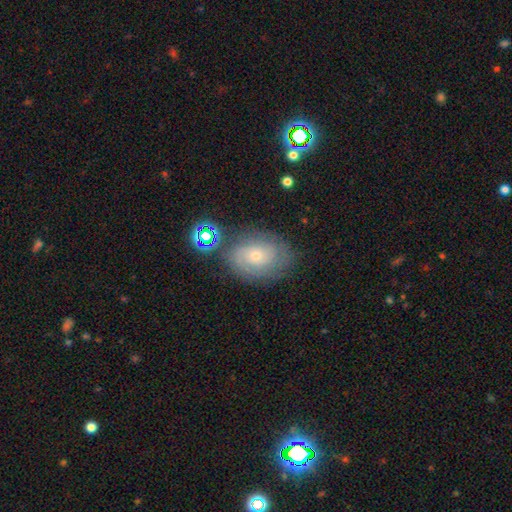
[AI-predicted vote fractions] Smooth or featured: featured or disk — 61% (smooth — 27%)
Edge-on disk: no — 96% (yes — 4%)
Bar: no — 78% (weak — 18%)
Spiral arms: yes — 84% (no — 16%)
Bulge size: small — 72% (moderate — 24%)
Merging: none — 71% (minor disturbance — 17%)